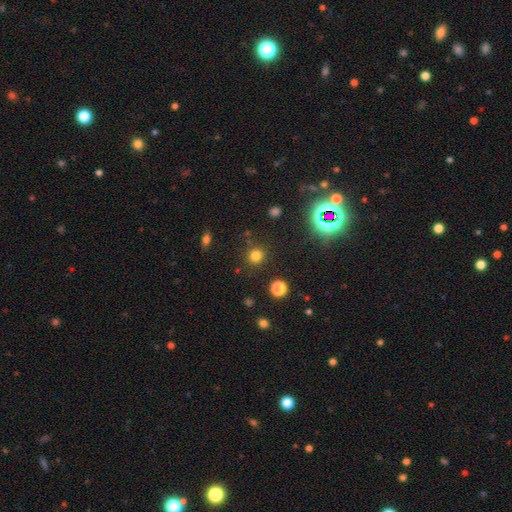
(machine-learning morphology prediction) A smooth galaxy with no disk features (76%) that is round (91%).

Vote fractions:
- Smooth or featured? smooth: 76% / star or artifact: 18% / featured or disk: 6%
- How rounded? round: 91% / in between: 8% / cigar-shaped: 1%
- Merging? none: 86% / minor disturbance: 8% / merger: 3% / major disturbance: 3%